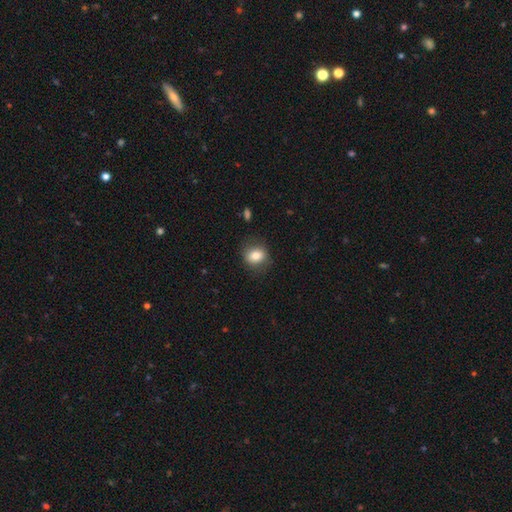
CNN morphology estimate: This is clearly a smooth galaxy (81%). How rounded: possibly round (59%). Merging: likely none (79%).